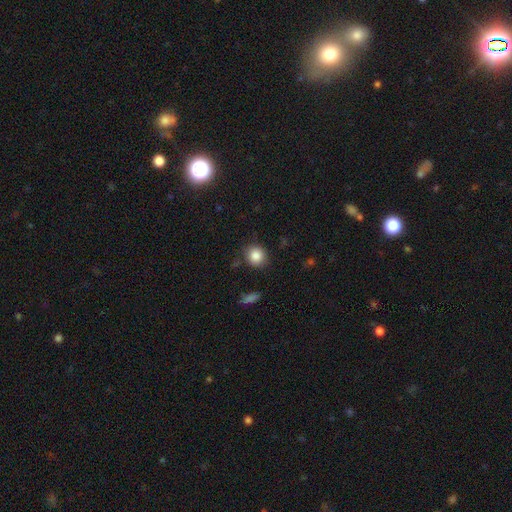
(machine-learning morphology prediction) smooth 86%, star or artifact 9%, featured or disk 5%. Down the decision tree: how rounded — round (80%); merging — none (83%).